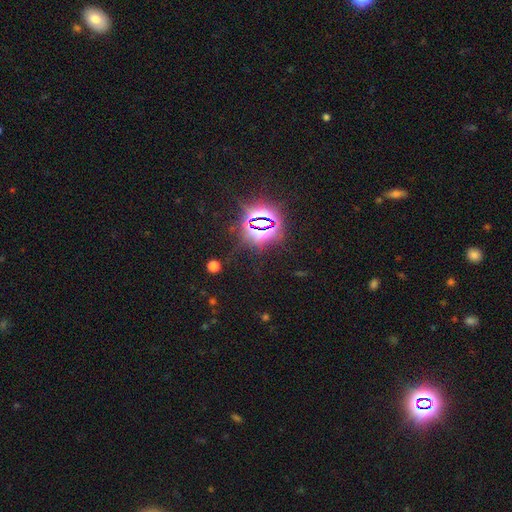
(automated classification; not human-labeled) This is clearly a star or artifact rather than a galaxy (83%).